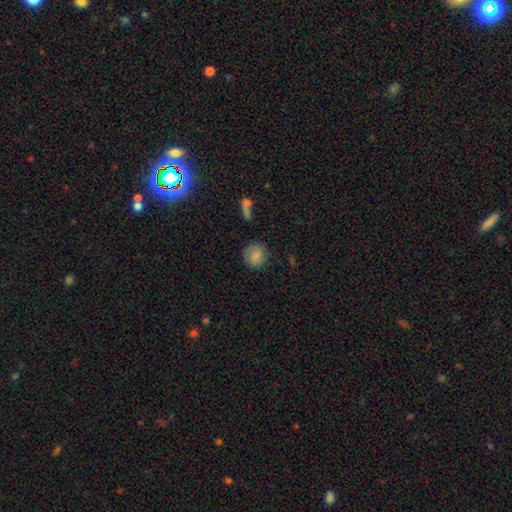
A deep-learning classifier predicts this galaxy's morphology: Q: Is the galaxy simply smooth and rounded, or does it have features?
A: smooth — 79%.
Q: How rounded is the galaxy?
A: round — 87%.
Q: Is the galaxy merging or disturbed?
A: none — 78%.